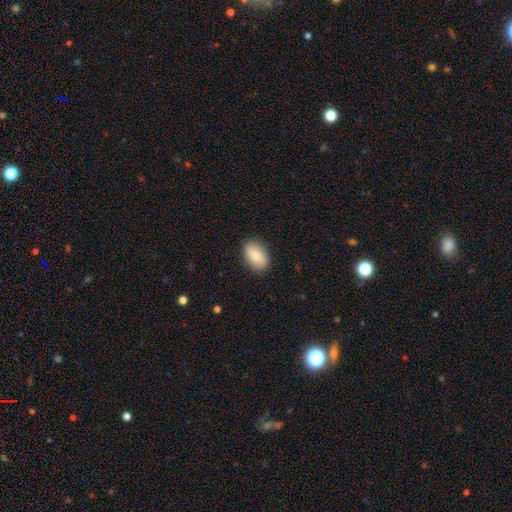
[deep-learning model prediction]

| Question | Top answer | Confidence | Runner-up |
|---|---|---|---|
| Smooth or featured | smooth | 87% | featured or disk (7%) |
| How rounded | in between | 87% | round (12%) |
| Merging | none | 88% | minor disturbance (9%) |